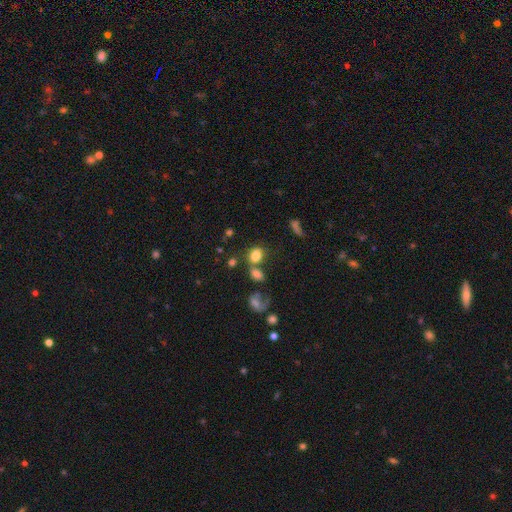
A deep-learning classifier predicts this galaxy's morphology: Q: Smooth or featured?
A: smooth (79%); runner-up: star or artifact (12%)
Q: How rounded?
A: in between (67%); runner-up: round (32%)
Q: Merging?
A: none (47%); runner-up: merger (31%)